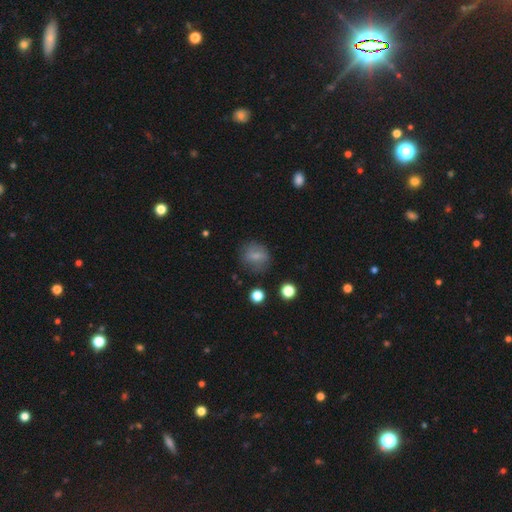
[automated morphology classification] This is likely a smooth galaxy (67%). How rounded: likely round (62%). Merging: likely none (70%).